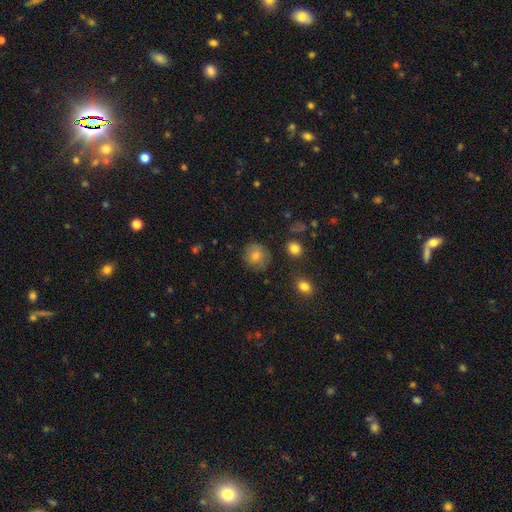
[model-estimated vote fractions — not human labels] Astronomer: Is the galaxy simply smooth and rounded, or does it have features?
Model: smooth — 75%.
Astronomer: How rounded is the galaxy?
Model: round — 85%.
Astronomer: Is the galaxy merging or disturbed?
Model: none — 83%.